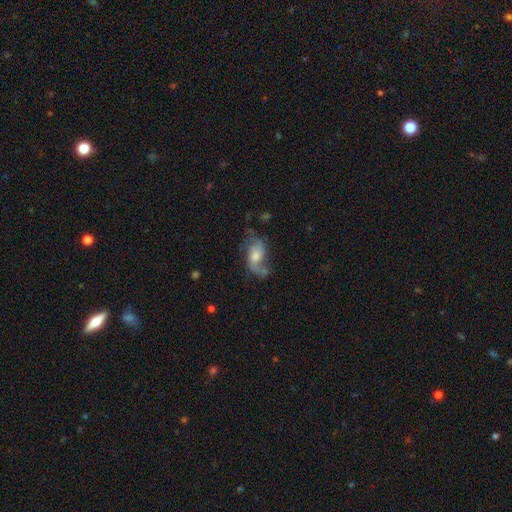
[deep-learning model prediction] Smooth or featured?
  - featured or disk: 71% *
  - smooth: 21%
  - star or artifact: 8%
Edge-on disk?
  - no: 95% *
  - yes: 5%
Bar?
  - no: 61% *
  - weak: 33%
  - strong: 7%
Spiral arms?
  - yes: 89% *
  - no: 11%
Spiral winding?
  - loose: 62% *
  - medium: 30%
  - tight: 8%
Spiral arm count?
  - 2: 80% *
  - 1: 7%
  - can't tell: 7%
  - 3: 3%
  - 4: 1%
  - more than 4: 1%
Bulge size?
  - moderate: 48% *
  - small: 25%
  - large: 17%
  - none: 8%
  - dominant: 2%
Merging?
  - none: 50% *
  - minor disturbance: 23%
  - major disturbance: 21%
  - merger: 6%